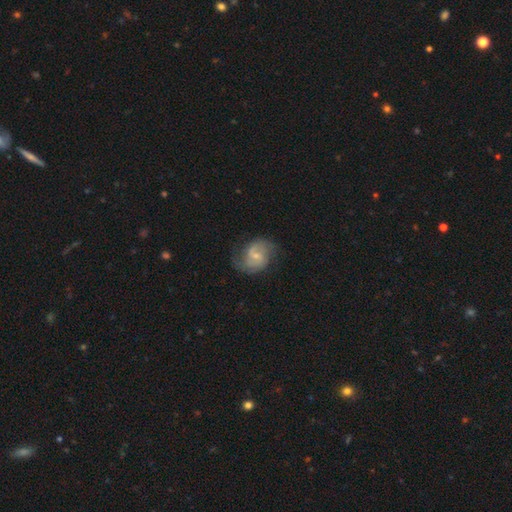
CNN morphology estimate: This is likely a featured or disk galaxy (71%). It is clearly not viewed edge-on (98%). Bar: possibly weak (56%). Spiral arm pattern: clearly yes (90%). Spiral arm count: clearly 2 (80%). Spiral winding: possibly medium (47%). Central bulge: likely small (60%). Merging: likely none (64%).